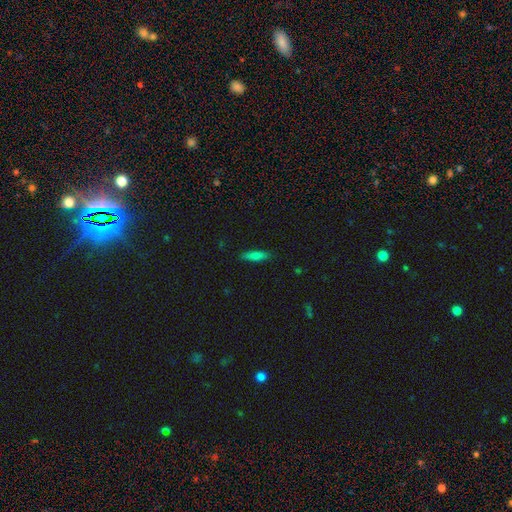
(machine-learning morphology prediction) Smooth or featured?
  - smooth: 78% *
  - featured or disk: 13%
  - star or artifact: 9%
How rounded?
  - cigar-shaped: 67% *
  - in between: 31%
  - round: 2%
Merging?
  - none: 86% *
  - minor disturbance: 10%
  - major disturbance: 2%
  - merger: 1%